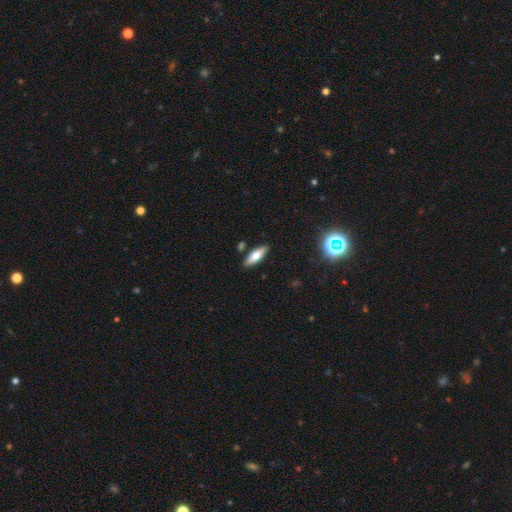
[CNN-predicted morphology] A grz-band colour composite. It shows a smooth galaxy with no disk features (61%) that is in between round and cigar-shaped (54%). Merging: none (86%).